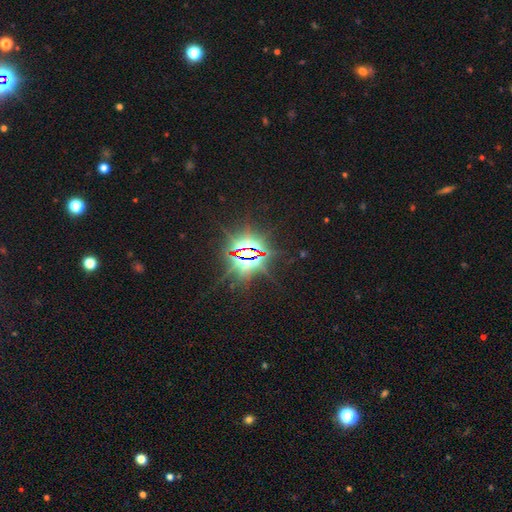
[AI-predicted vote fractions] Smooth or featured: star or artifact — 86% (smooth — 8%)